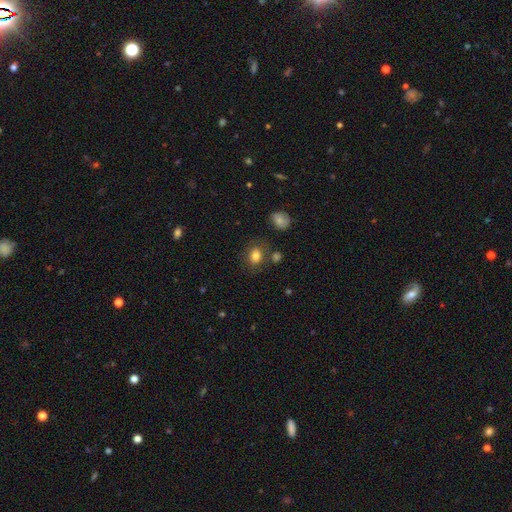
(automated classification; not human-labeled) Smooth or featured? Predicted: smooth (p=0.81). How rounded? Predicted: in between (p=0.50). Merging? Predicted: none (p=0.75).